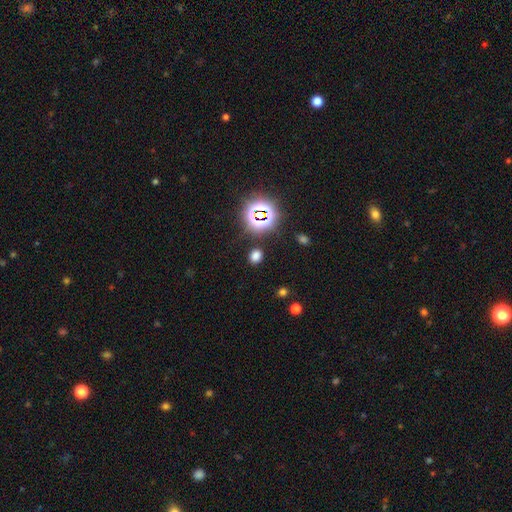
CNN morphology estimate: A smooth galaxy with no disk features (66%) that is round (52%).

Vote fractions:
- Smooth or featured? smooth: 66% / star or artifact: 28% / featured or disk: 5%
- How rounded? round: 52% / in between: 47% / cigar-shaped: 1%
- Merging? none: 85% / minor disturbance: 9% / major disturbance: 4% / merger: 3%